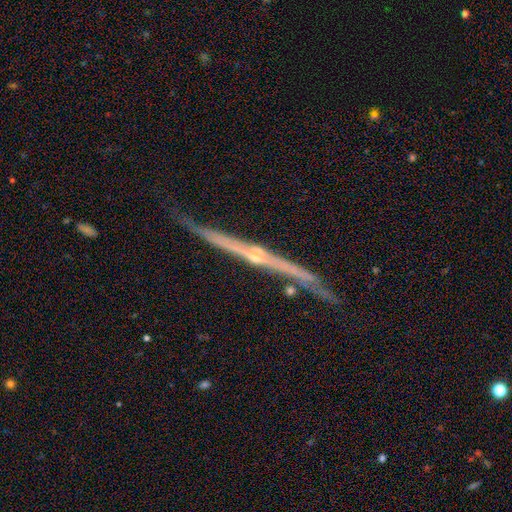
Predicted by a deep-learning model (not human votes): featured or disk 87%, smooth 7%, star or artifact 6%. Down the decision tree: edge-on disk — yes (94%); edge-on bulge — rounded (76%); merging — none (72%).